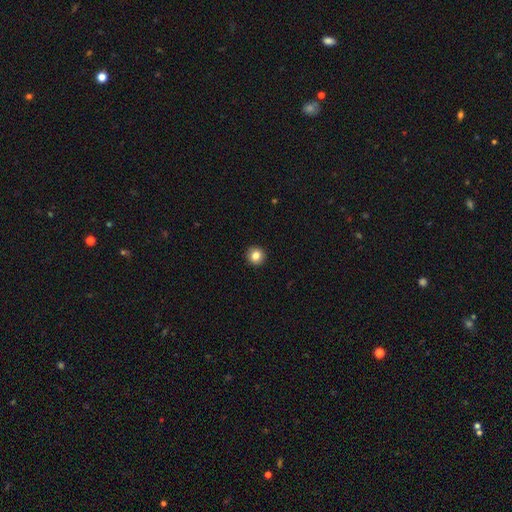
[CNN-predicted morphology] Overall: smooth (83%). How rounded: round (93%). Merging: none (93%).